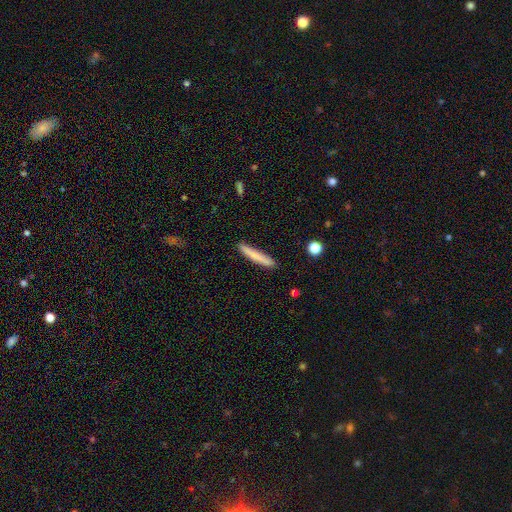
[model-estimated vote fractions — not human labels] smooth 75%, featured or disk 19%, star or artifact 6%. Down the decision tree: how rounded — cigar-shaped (95%); merging — none (88%).